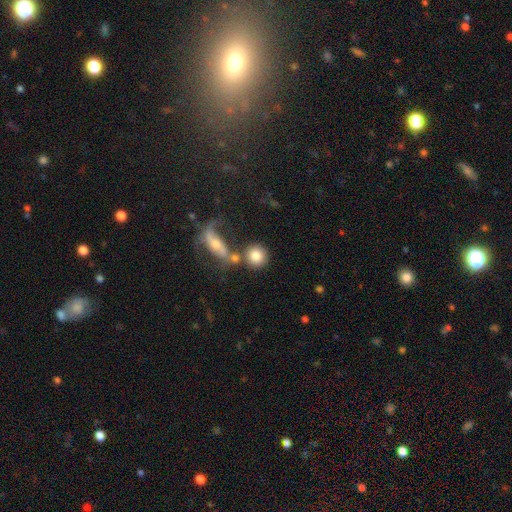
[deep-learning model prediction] smooth-or-featured: smooth: 76% | featured or disk: 16% | star or artifact: 8%
  how-rounded: round: 87% | in between: 11% | cigar-shaped: 2%
  merging: none: 53% | merger: 30% | minor disturbance: 10% | major disturbance: 7%